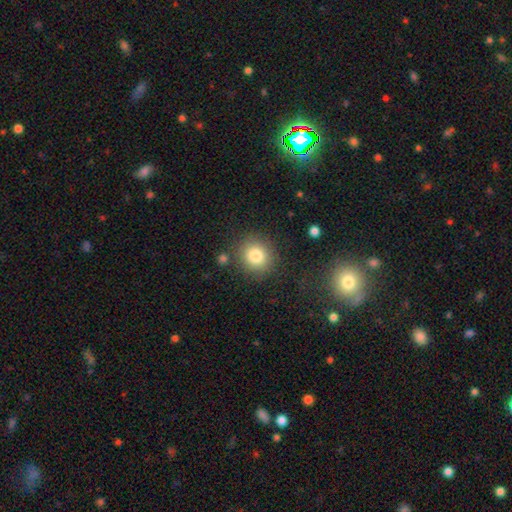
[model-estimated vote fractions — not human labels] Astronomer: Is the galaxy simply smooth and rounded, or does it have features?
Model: smooth — 82%.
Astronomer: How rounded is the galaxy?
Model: round — 83%.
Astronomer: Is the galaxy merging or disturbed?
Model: none — 83%.